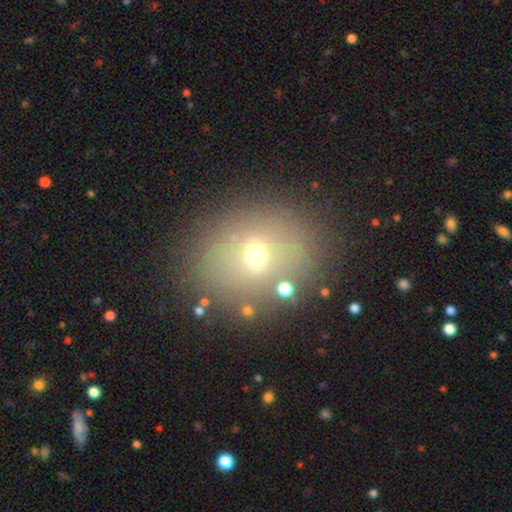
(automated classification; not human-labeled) smooth 58%, featured or disk 21%, star or artifact 21%. Down the decision tree: how rounded — round (62%); merging — none (81%).